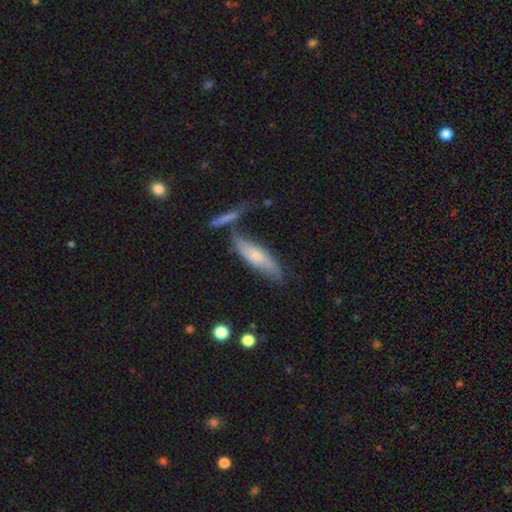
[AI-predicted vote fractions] This appears to be a smooth galaxy with no disk features (57%) that is cigar-shaped (57%). Merging: none (56%).